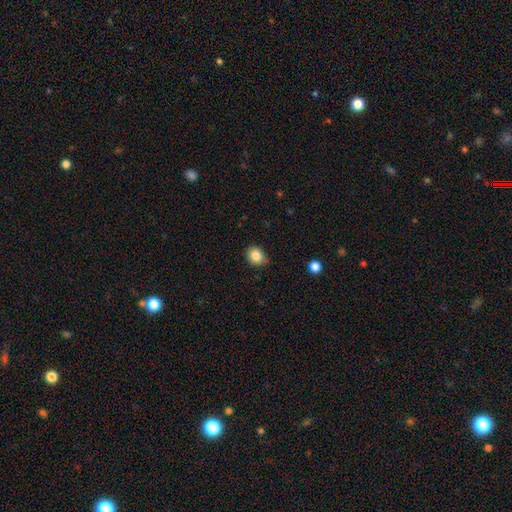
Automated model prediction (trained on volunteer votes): Smooth or featured?
  - smooth: 85% *
  - star or artifact: 10%
  - featured or disk: 5%
How rounded?
  - round: 60% *
  - in between: 39%
  - cigar-shaped: 1%
Merging?
  - none: 75% *
  - minor disturbance: 20%
  - major disturbance: 3%
  - merger: 2%